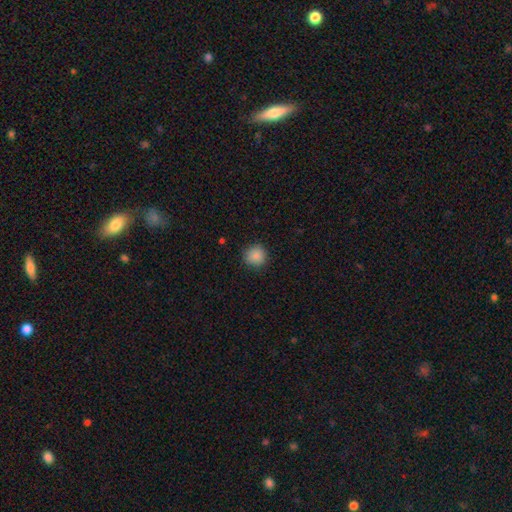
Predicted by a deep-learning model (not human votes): Smooth or featured? smooth (88%)
How rounded? round (93%)
Merging? none (89%)